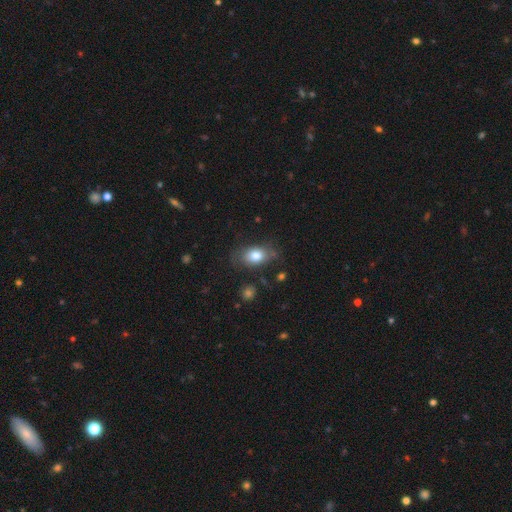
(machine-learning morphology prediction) This appears to be a smooth galaxy with no disk features (78%) that is in between round and cigar-shaped (80%). Merging: none (68%).